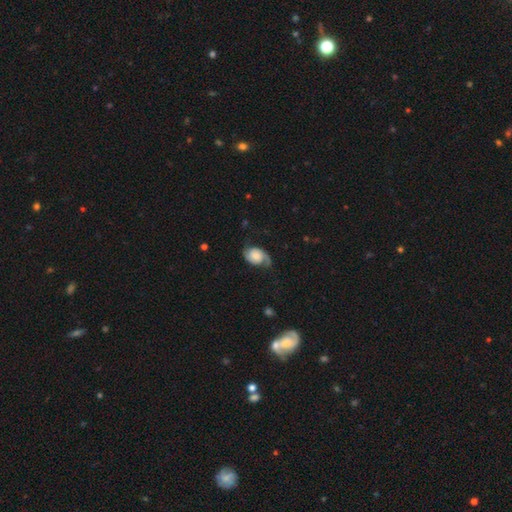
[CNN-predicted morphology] This is likely a featured or disk galaxy (74%). It is clearly not viewed edge-on (97%). Bar: likely no (70%). Spiral arm pattern: clearly yes (95%). Spiral arm count: clearly 2 (81%). Spiral winding: marginally medium (41%). Central bulge: marginally moderate (37%). Merging: likely none (64%).